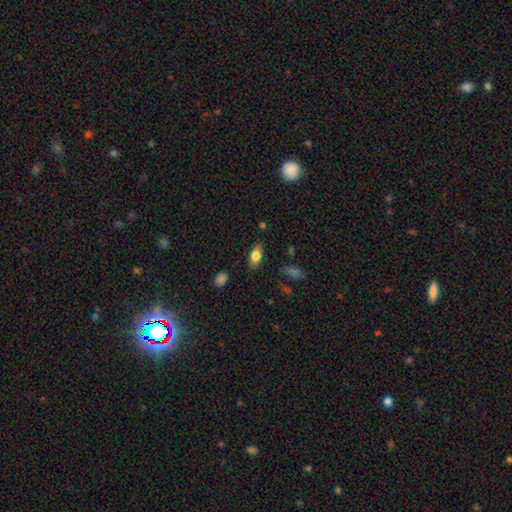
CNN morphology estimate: smooth_or_featured: smooth (p=0.78) [alt: featured or disk p=0.14]
how_rounded: in between (p=0.87) [alt: cigar-shaped p=0.08]
merging: none (p=0.83) [alt: minor disturbance p=0.12]